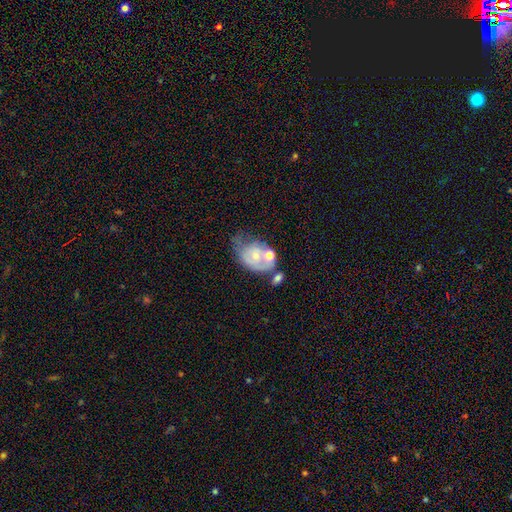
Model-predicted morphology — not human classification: Smooth or featured: featured or disk — 48% (smooth — 44%)
Merging: major disturbance — 27% (merger — 26%)